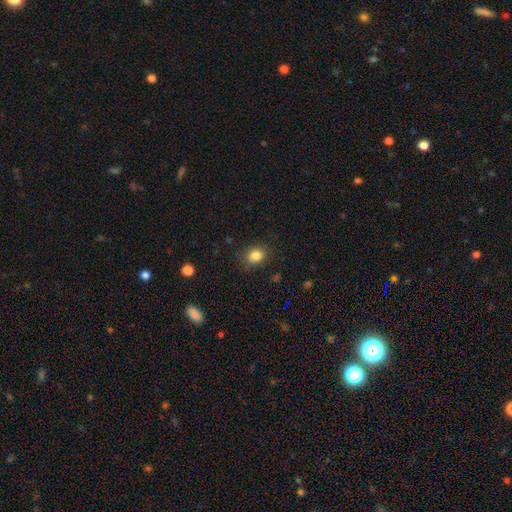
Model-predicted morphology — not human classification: The model was most divided on "how rounded": in between: 50%, round: 49%, cigar-shaped: 1%. More confident: smooth or featured — smooth (84%); merging — none (83%).